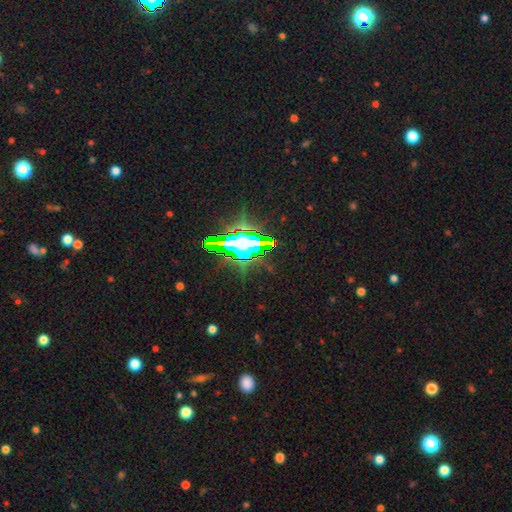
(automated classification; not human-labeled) Overall: star or artifact (71%).